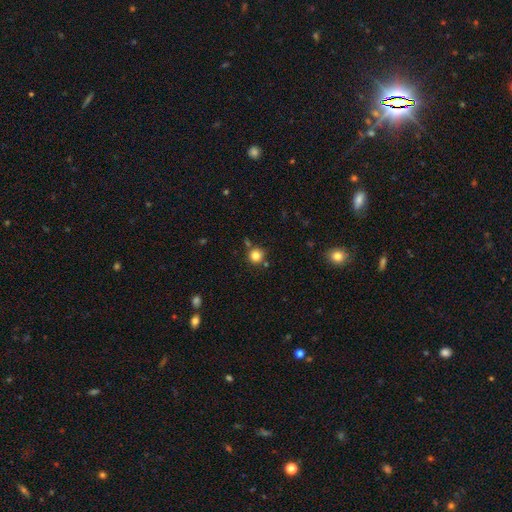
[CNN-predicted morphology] A smooth galaxy with no disk features (82%) that is round (94%). Merging: none (80%).